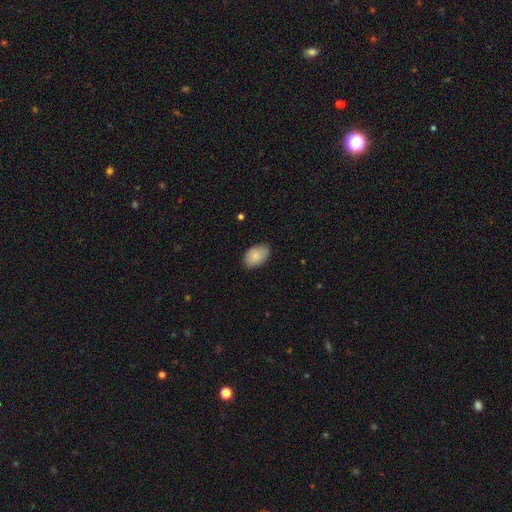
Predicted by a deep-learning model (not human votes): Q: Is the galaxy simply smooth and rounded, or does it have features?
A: smooth — 83%.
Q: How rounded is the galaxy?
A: in between — 90%.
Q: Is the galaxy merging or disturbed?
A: none — 76%.